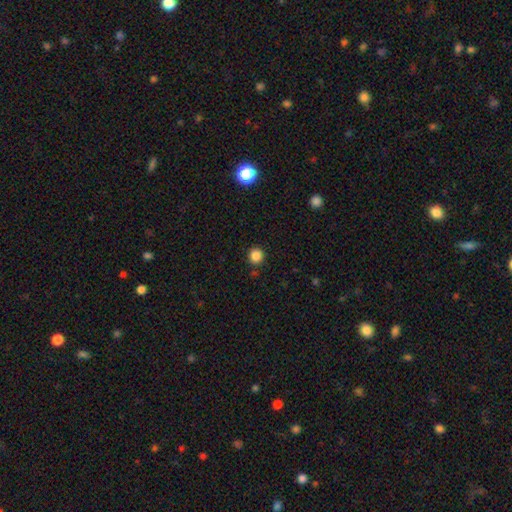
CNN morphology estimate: smooth_or_featured: smooth (p=0.85) [alt: star or artifact p=0.11]
how_rounded: round (p=0.94) [alt: in between p=0.05]
merging: none (p=0.90) [alt: minor disturbance p=0.06]